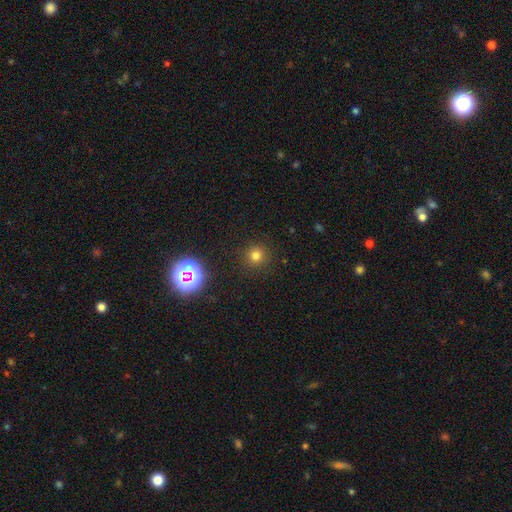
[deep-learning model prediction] smooth_or_featured: smooth (p=0.75) [alt: star or artifact p=0.19]
how_rounded: round (p=0.93) [alt: in between p=0.06]
merging: none (p=0.89) [alt: minor disturbance p=0.07]